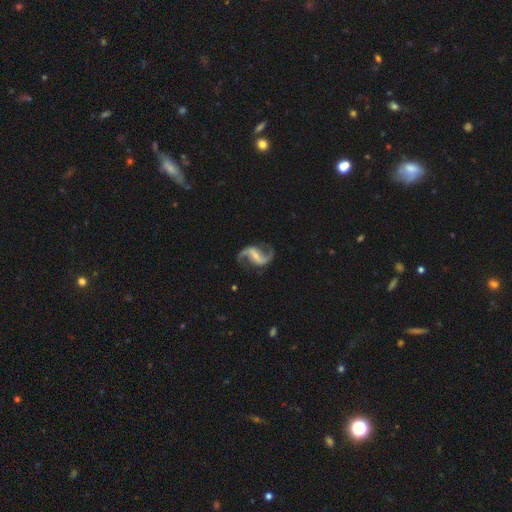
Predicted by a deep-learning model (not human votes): Smooth or featured: featured or disk — 92% (star or artifact — 4%)
Edge-on disk: no — 98% (yes — 2%)
Bar: strong — 43% (weak — 42%)
Spiral arms: yes — 97% (no — 3%)
Spiral winding: loose — 65% (medium — 30%)
Spiral arm count: 2 — 94% (1 — 2%)
Bulge size: small — 50% (none — 23%)
Merging: none — 78% (minor disturbance — 12%)